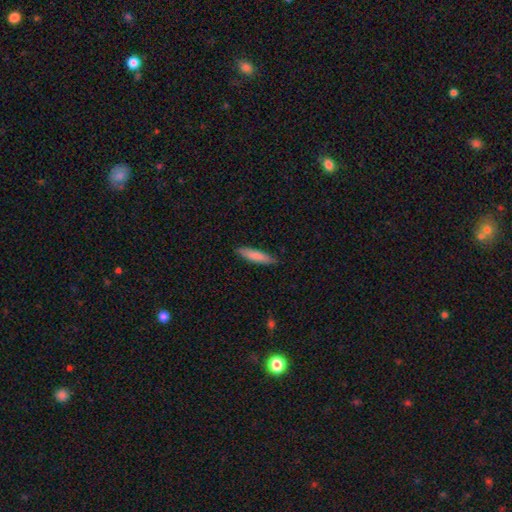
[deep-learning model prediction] The model was most divided on "how rounded": cigar-shaped: 81%, in between: 18%, round: 1%. More confident: merging — none (87%); smooth or featured — smooth (81%).